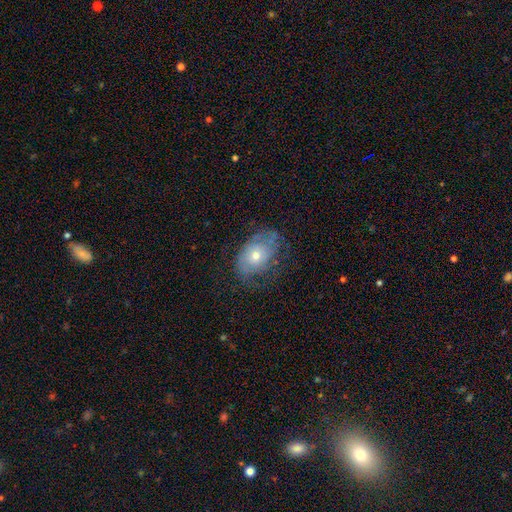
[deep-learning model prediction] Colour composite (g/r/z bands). It shows a featured or disk galaxy (48%). Merging: none (55%).